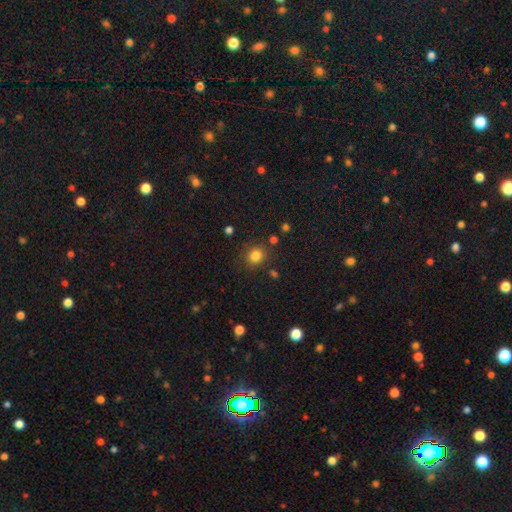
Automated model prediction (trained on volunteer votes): smooth 82%, star or artifact 12%, featured or disk 5%. Down the decision tree: how rounded — round (83%); merging — none (82%).